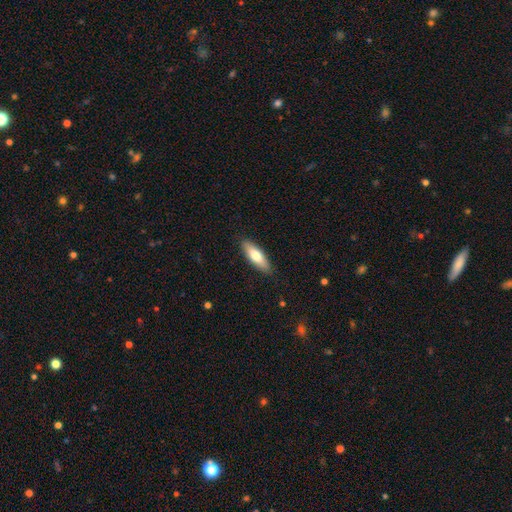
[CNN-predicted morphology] A smooth galaxy with no disk features (71%) that is in between round and cigar-shaped (53%).

Vote fractions:
- Smooth or featured? smooth: 71% / featured or disk: 23% / star or artifact: 6%
- How rounded? in between: 53% / cigar-shaped: 45% / round: 2%
- Merging? none: 88% / minor disturbance: 9% / major disturbance: 2% / merger: 1%